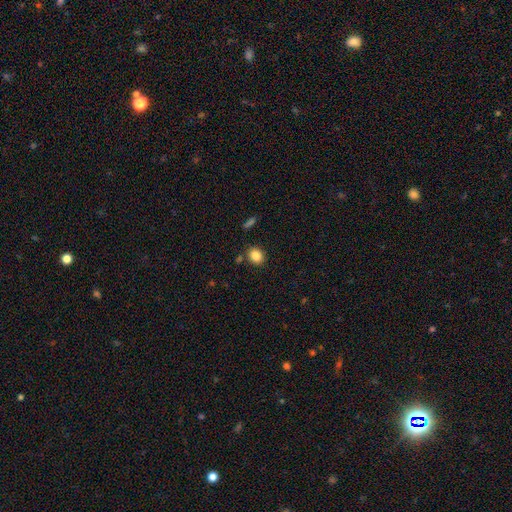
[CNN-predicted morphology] This appears to be a smooth galaxy with no disk features (85%) that is round (59%). Merging: none (83%).